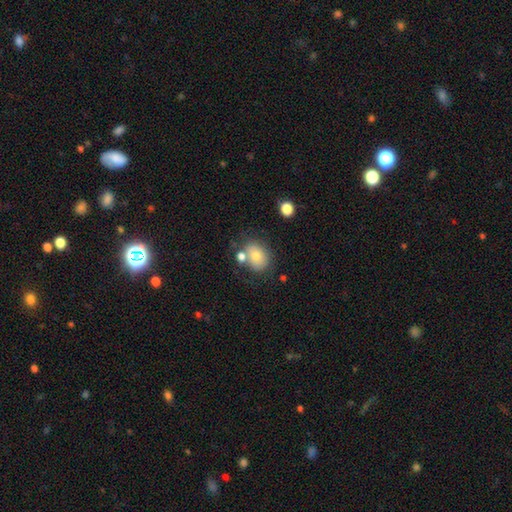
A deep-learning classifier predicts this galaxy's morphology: smooth-or-featured: smooth: 75% | featured or disk: 15% | star or artifact: 9%
  how-rounded: in between: 57% | round: 42% | cigar-shaped: 1%
  merging: none: 59% | merger: 18% | minor disturbance: 16% | major disturbance: 7%